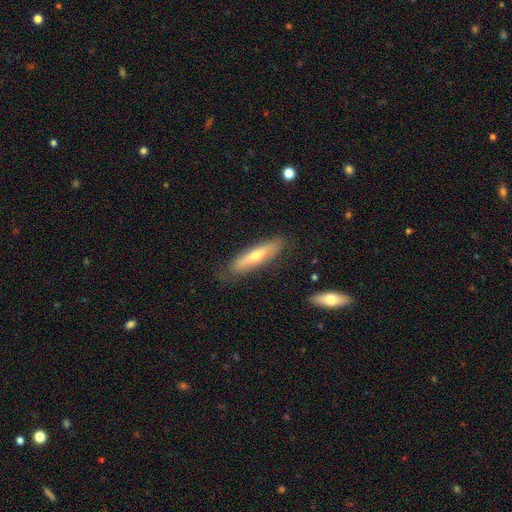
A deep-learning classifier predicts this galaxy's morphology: Overall: smooth (53%; featured or disk 41%). How rounded: cigar-shaped (78%). Merging: none (83%).